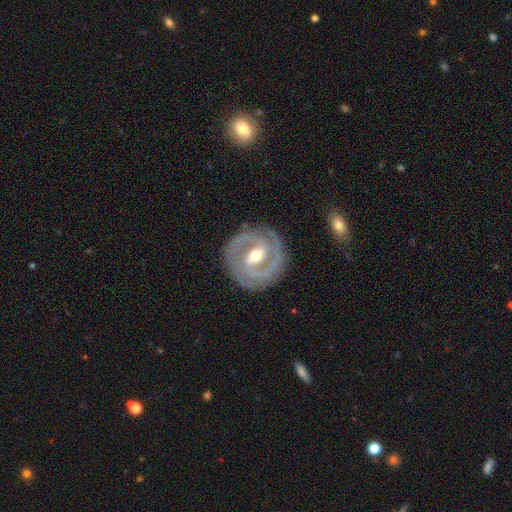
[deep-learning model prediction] A featured or disk galaxy (89%) with a weak bar (43%), 2 (82%) tight (62%) spiral arms (96%) and a moderate central bulge (64%). Merging: none (84%).